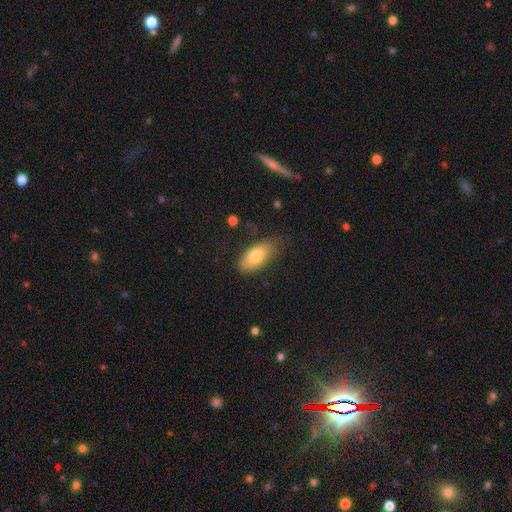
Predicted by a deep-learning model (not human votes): Morphology: type=smooth (77%); roundness=in between (88%); merging=none (74%).